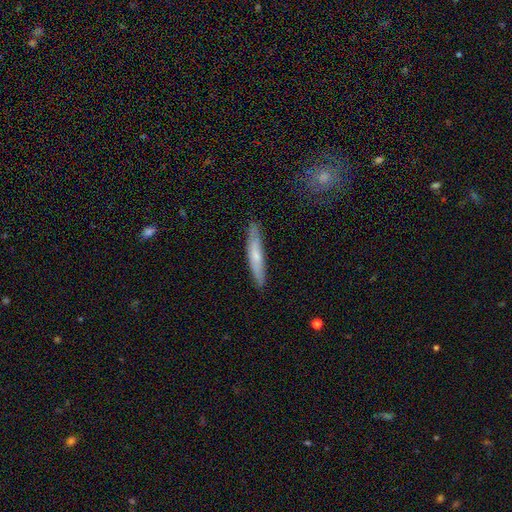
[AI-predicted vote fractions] Q: Smooth or featured?
A: smooth (56%); runner-up: featured or disk (38%)
Q: How rounded?
A: cigar-shaped (92%); runner-up: in between (7%)
Q: Merging?
A: none (83%); runner-up: minor disturbance (13%)